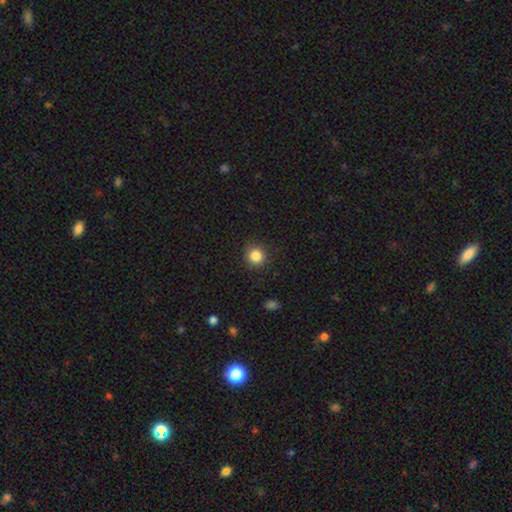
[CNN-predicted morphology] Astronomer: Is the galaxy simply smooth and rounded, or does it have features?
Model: smooth — 85%.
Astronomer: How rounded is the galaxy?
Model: round — 91%.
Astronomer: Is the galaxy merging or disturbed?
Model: none — 89%.